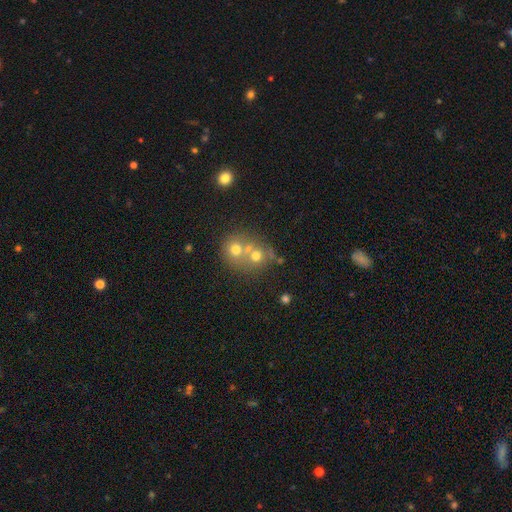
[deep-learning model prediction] Smooth or featured: smooth — 61% (featured or disk — 24%)
How rounded: round — 76% (in between — 23%)
Merging: merger — 55% (none — 34%)